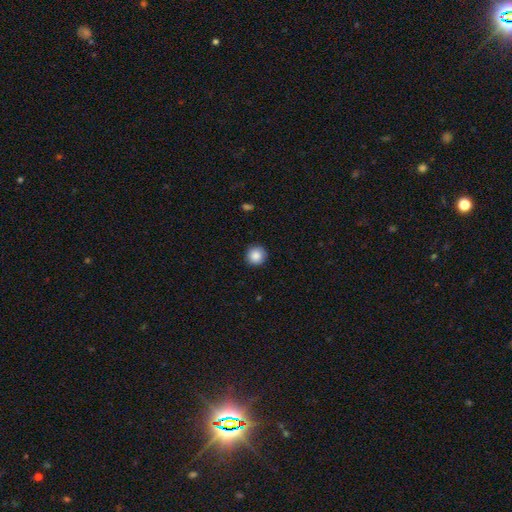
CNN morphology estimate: This is clearly a smooth galaxy (88%). How rounded: clearly round (95%). Merging: clearly none (91%).